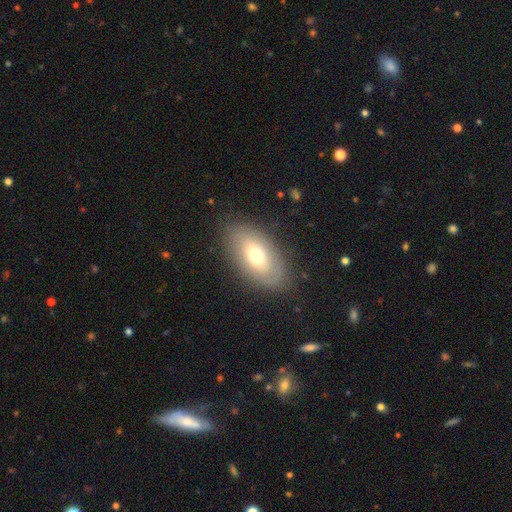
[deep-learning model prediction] A smooth galaxy with no disk features (62%) that is in between round and cigar-shaped (92%).

Vote fractions:
- Smooth or featured? smooth: 62% / featured or disk: 30% / star or artifact: 8%
- How rounded? in between: 92% / round: 5% / cigar-shaped: 3%
- Merging? none: 83% / minor disturbance: 12% / major disturbance: 4% / merger: 1%